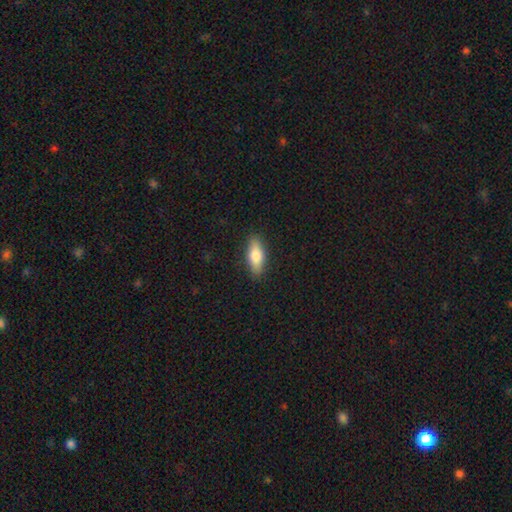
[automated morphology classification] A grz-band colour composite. It shows a smooth galaxy with no disk features (75%) that is in between round and cigar-shaped (69%). Merging: none (88%).